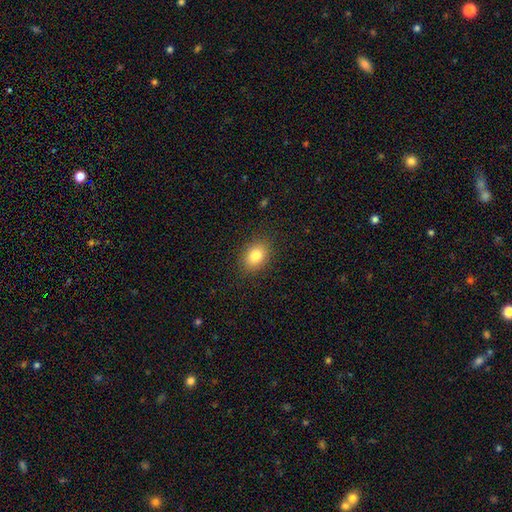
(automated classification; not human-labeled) Q: Smooth or featured?
A: smooth (83%); runner-up: star or artifact (10%)
Q: How rounded?
A: in between (71%); runner-up: round (28%)
Q: Merging?
A: none (87%); runner-up: minor disturbance (9%)